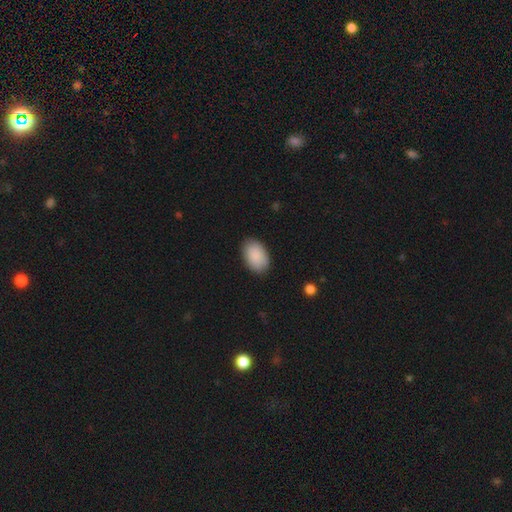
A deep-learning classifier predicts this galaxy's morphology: smooth-or-featured: smooth: 90% | star or artifact: 6% | featured or disk: 4%
  how-rounded: in between: 92% | round: 7% | cigar-shaped: 1%
  merging: none: 87% | minor disturbance: 10% | major disturbance: 2% | merger: 1%